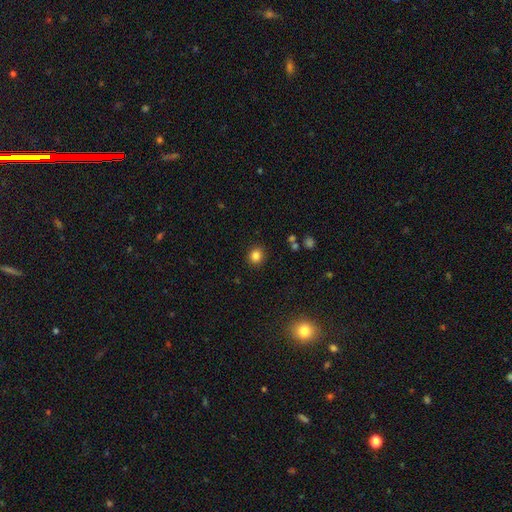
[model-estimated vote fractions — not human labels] Overall: smooth (84%). How rounded: round (82%). Merging: none (90%).